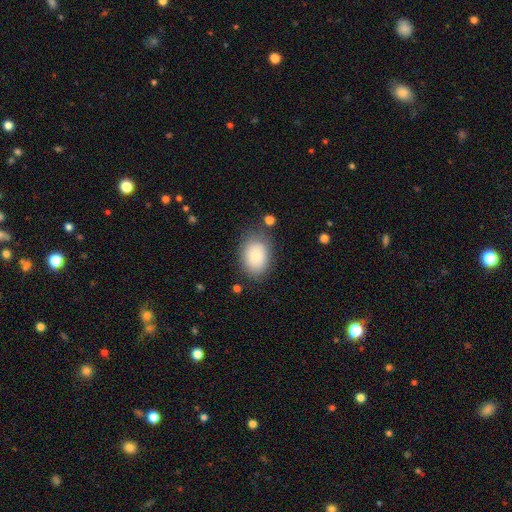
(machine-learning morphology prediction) smooth 82%, featured or disk 10%, star or artifact 8%. Down the decision tree: how rounded — in between (78%); merging — none (72%).